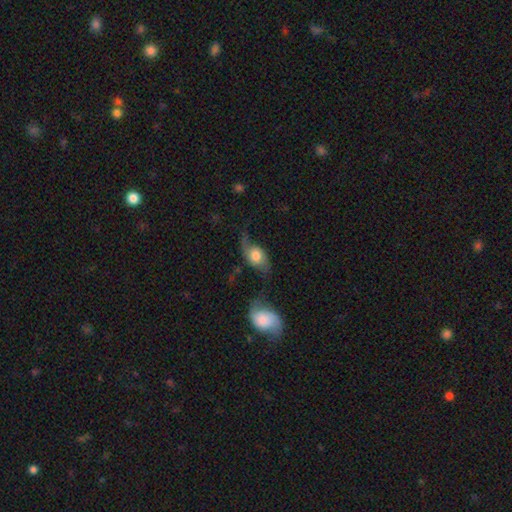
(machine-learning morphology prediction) Smooth or featured: featured or disk — 51% (smooth — 41%)
Edge-on disk: no — 89% (yes — 11%)
Merging: none — 40% (minor disturbance — 25%)